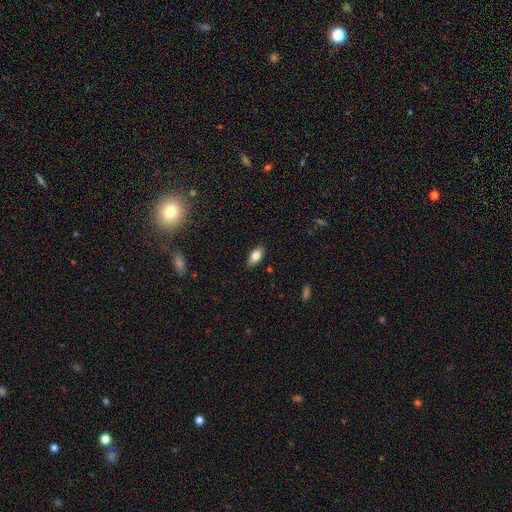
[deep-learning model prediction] Smooth or featured: smooth — 80% (featured or disk — 12%)
How rounded: in between — 89% (cigar-shaped — 8%)
Merging: none — 85% (minor disturbance — 12%)